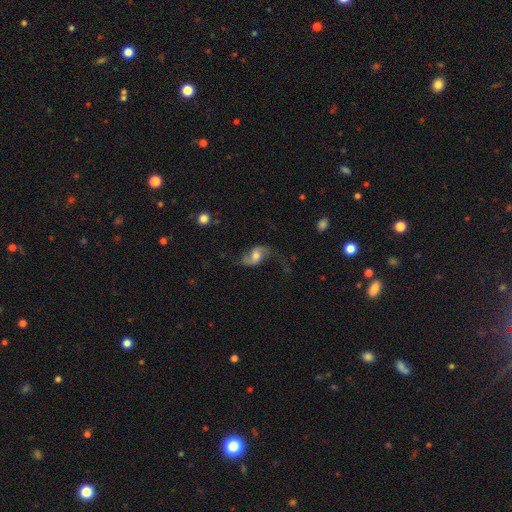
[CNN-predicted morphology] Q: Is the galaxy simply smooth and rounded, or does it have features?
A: featured or disk — 69%.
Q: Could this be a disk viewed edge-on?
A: no — 95%.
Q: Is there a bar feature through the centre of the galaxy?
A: no — 51%.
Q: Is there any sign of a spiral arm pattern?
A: yes — 91%.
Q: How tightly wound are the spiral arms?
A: loose — 73%.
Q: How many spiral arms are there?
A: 2 — 89%.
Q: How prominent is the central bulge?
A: moderate — 62%.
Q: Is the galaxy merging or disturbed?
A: none — 56%.